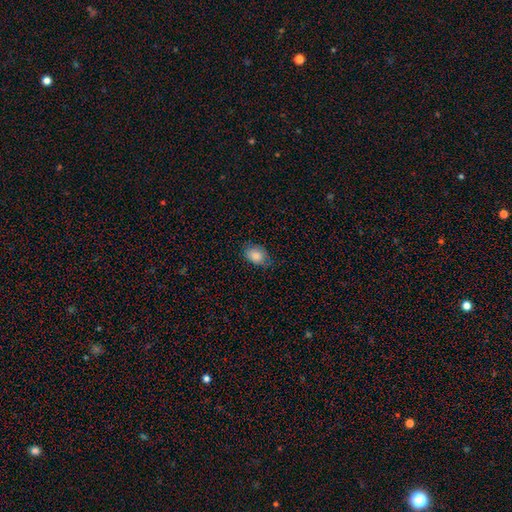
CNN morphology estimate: Overall: smooth (84%). How rounded: in between (75%). Merging: none (71%).